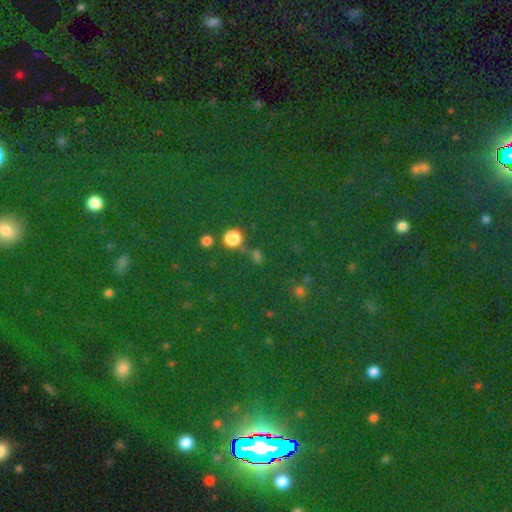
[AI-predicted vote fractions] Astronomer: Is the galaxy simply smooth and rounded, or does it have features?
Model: star or artifact — 46% (runner-up: smooth, 45%).